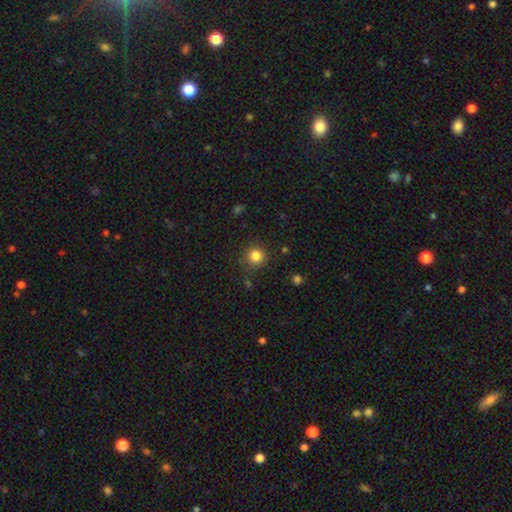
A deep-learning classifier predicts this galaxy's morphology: A smooth galaxy with no disk features (83%) that is round (92%). Merging: none (84%).